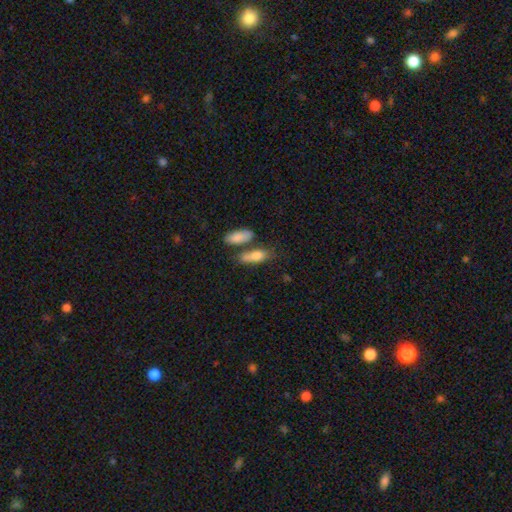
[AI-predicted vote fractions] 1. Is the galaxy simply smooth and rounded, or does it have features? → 79% smooth, 14% featured or disk, 7% star or artifact.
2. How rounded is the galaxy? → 74% in between, 21% cigar-shaped, 5% round.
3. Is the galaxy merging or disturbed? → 42% none, 38% merger, 14% minor disturbance, 6% major disturbance.